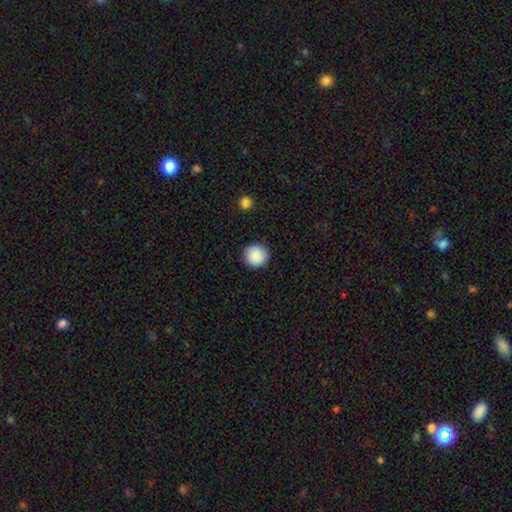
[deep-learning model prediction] Q: Smooth or featured?
A: smooth (89%); runner-up: star or artifact (8%)
Q: How rounded?
A: round (95%); runner-up: in between (4%)
Q: Merging?
A: none (92%); runner-up: minor disturbance (5%)